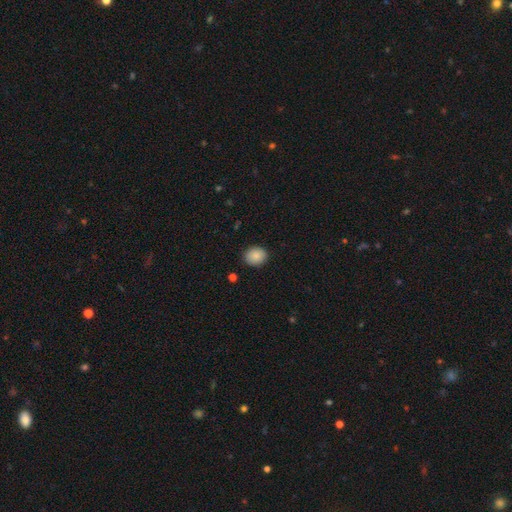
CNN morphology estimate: This appears to be a smooth galaxy with no disk features (88%) that is round (55%). Merging: none (88%).